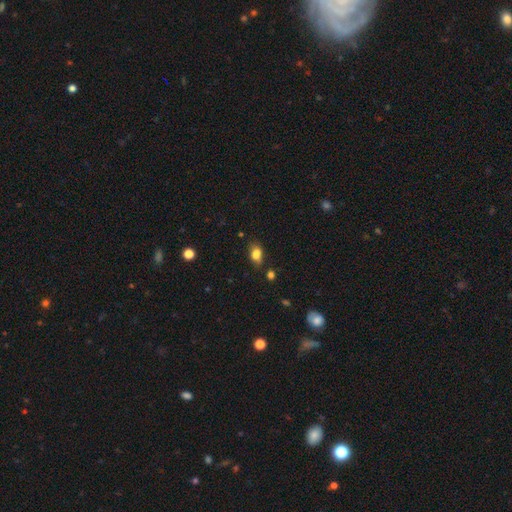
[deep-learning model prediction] Q: Smooth or featured?
A: smooth (80%); runner-up: star or artifact (11%)
Q: How rounded?
A: in between (82%); runner-up: round (14%)
Q: Merging?
A: none (64%); runner-up: minor disturbance (21%)